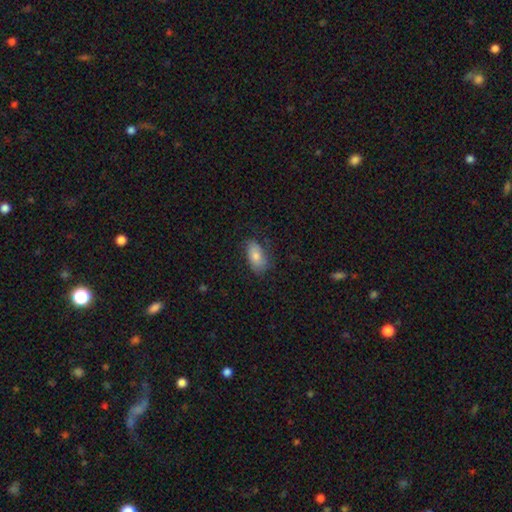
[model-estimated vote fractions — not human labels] Overall: smooth (74%). How rounded: in between (90%). Merging: none (68%).